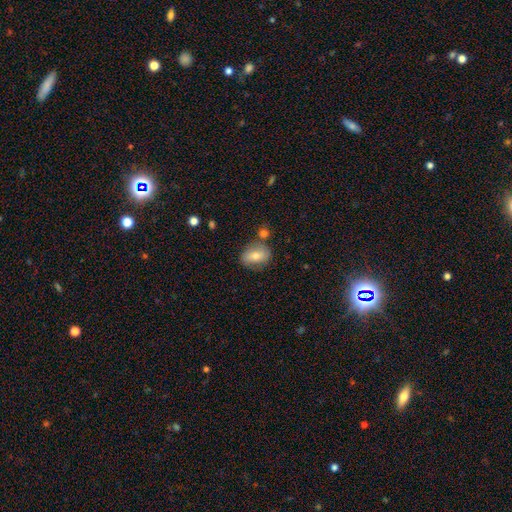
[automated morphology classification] Smooth or featured? smooth (67%)
How rounded? in between (69%)
Merging? none (69%)